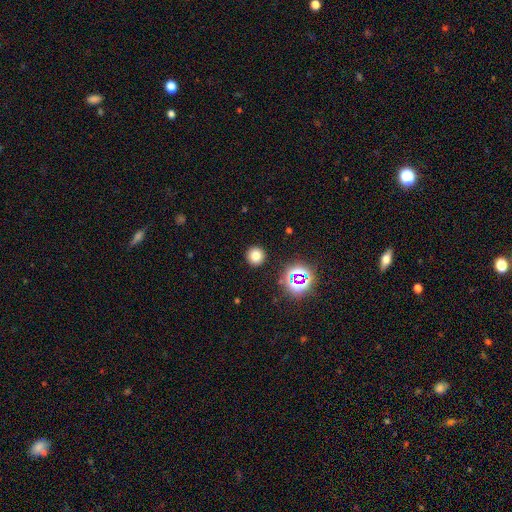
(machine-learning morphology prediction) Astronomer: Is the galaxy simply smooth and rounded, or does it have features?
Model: smooth — 73%.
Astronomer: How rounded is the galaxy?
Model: round — 93%.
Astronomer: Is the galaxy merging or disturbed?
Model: none — 91%.